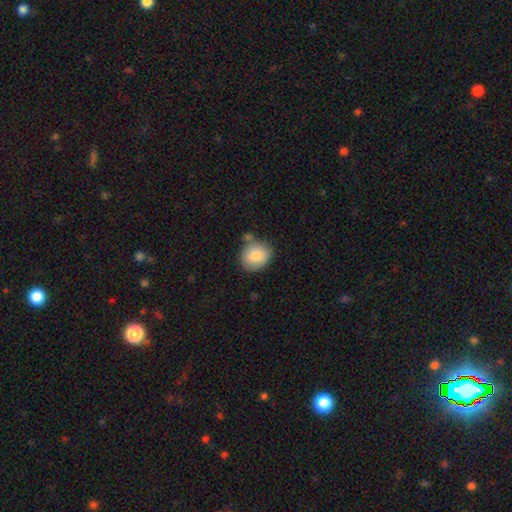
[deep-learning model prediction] Smooth or featured: smooth — 82% (featured or disk — 11%)
How rounded: round — 66% (in between — 33%)
Merging: none — 67% (minor disturbance — 17%)